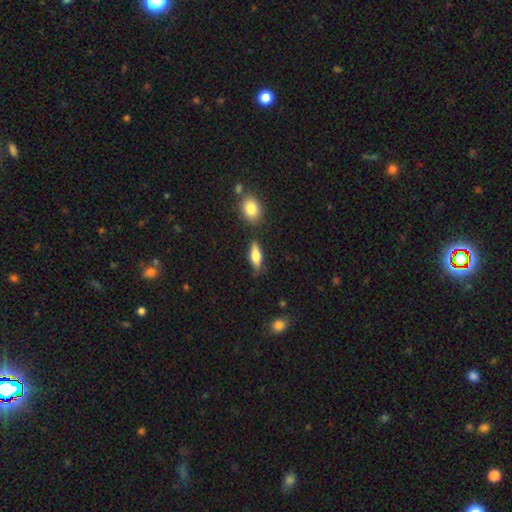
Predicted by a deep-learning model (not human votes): Q: Smooth or featured?
A: smooth (69%); runner-up: featured or disk (24%)
Q: How rounded?
A: in between (70%); runner-up: cigar-shaped (26%)
Q: Merging?
A: none (71%); runner-up: minor disturbance (19%)